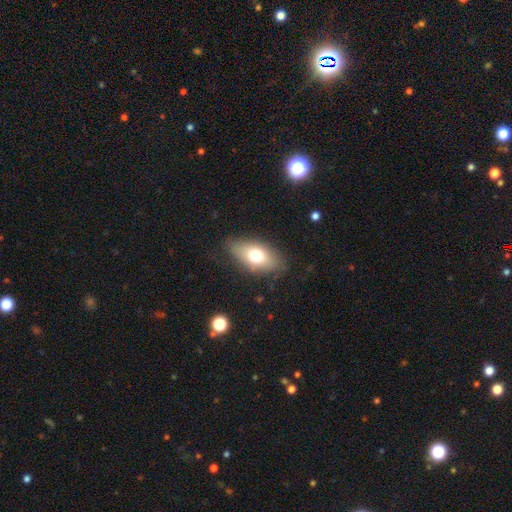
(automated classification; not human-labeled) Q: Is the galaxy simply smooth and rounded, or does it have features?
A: smooth — 68%.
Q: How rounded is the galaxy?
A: in between — 86%.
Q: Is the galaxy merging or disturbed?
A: none — 80%.